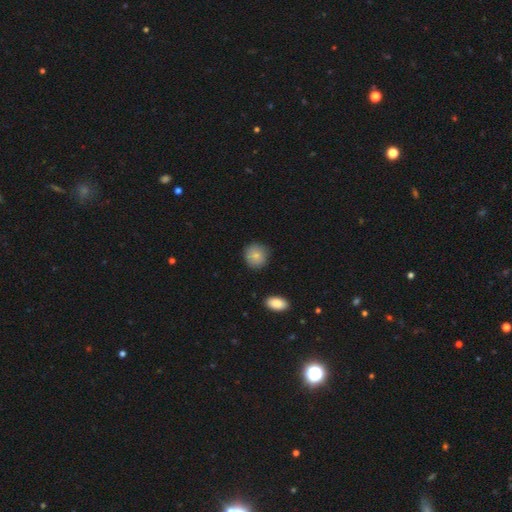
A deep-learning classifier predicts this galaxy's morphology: Smooth or featured? Predicted: smooth (p=0.85). How rounded? Predicted: round (p=0.88). Merging? Predicted: none (p=0.86).